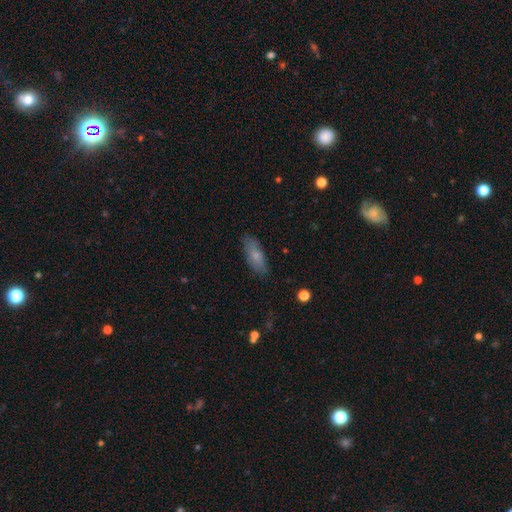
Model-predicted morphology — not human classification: The model was most divided on "how rounded": in between: 71%, cigar-shaped: 27%, round: 3%. More confident: merging — none (79%); smooth or featured — smooth (71%).